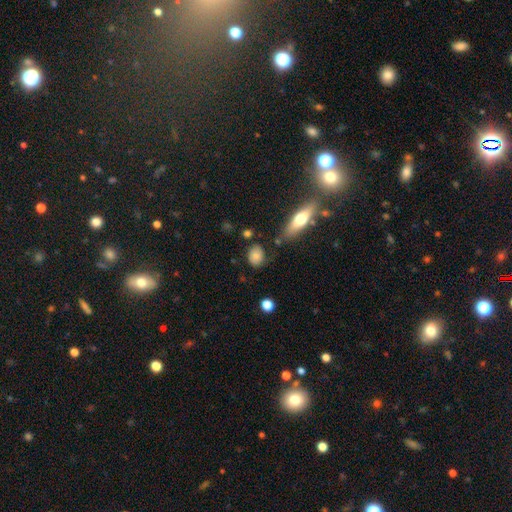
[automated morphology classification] Overall: smooth (76%). How rounded: in between (50%; round 47%). Merging: none (73%).